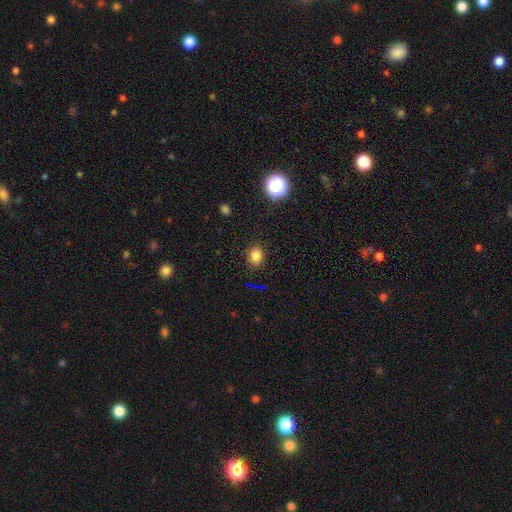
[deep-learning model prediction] Smooth or featured? Predicted: smooth (p=0.81). How rounded? Predicted: in between (p=0.50). Merging? Predicted: none (p=0.87).